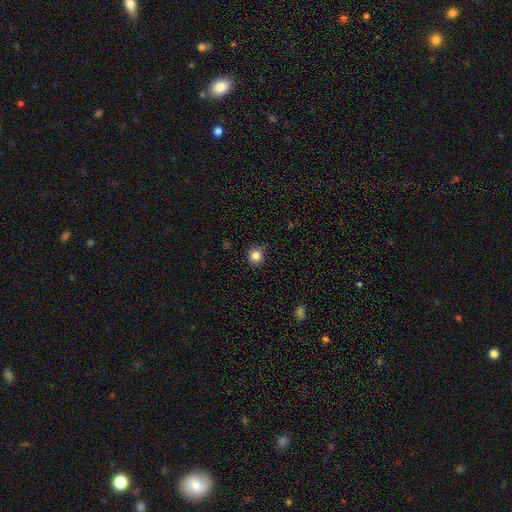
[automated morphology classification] Q: Smooth or featured?
A: smooth (84%); runner-up: star or artifact (11%)
Q: How rounded?
A: round (92%); runner-up: in between (7%)
Q: Merging?
A: none (83%); runner-up: minor disturbance (13%)